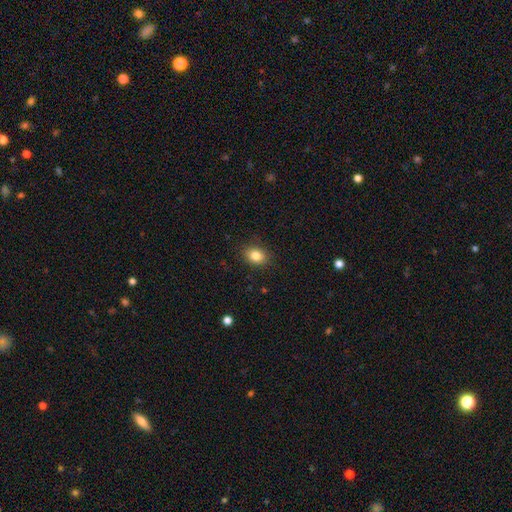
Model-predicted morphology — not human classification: The model was most divided on "how rounded": in between: 62%, round: 37%, cigar-shaped: 1%. More confident: merging — none (87%); smooth or featured — smooth (84%).